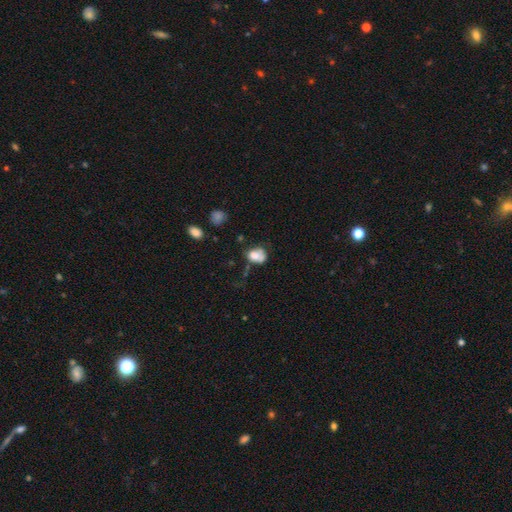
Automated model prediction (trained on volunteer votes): The model was most divided on "merging": none: 32%, minor disturbance: 28%, major disturbance: 20%, merger: 20%. More confident: smooth or featured — smooth (71%); how rounded — in between (58%).